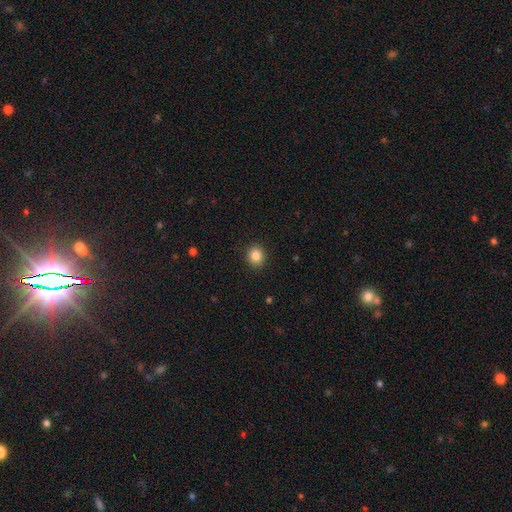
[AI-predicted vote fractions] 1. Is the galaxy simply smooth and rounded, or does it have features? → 85% smooth, 10% star or artifact, 5% featured or disk.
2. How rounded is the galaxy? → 78% round, 21% in between, 1% cigar-shaped.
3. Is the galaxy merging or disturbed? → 91% none, 6% minor disturbance, 2% major disturbance, 1% merger.